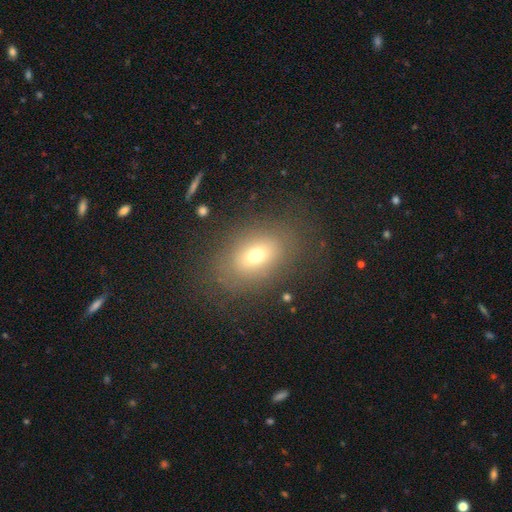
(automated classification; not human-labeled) Q: Smooth or featured?
A: smooth (64%); runner-up: featured or disk (21%)
Q: How rounded?
A: in between (75%); runner-up: round (24%)
Q: Merging?
A: none (76%); runner-up: minor disturbance (13%)